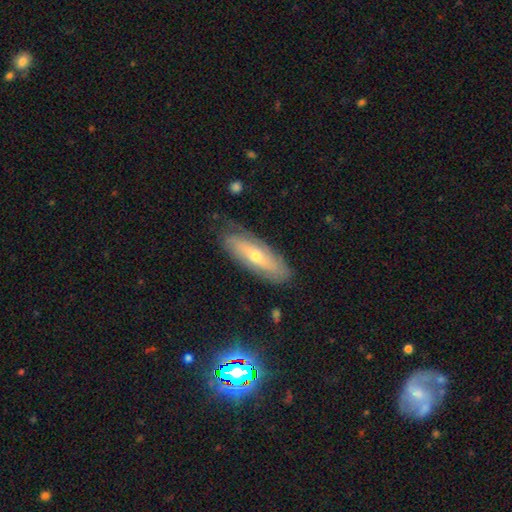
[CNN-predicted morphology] Smooth or featured? featured or disk (55%)
Edge-on disk? no (66%)
Merging? none (76%)